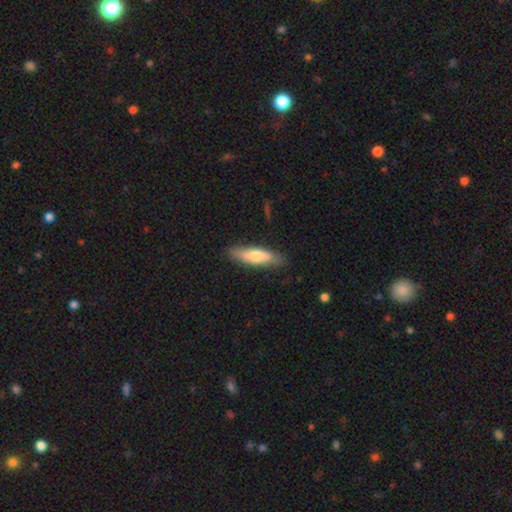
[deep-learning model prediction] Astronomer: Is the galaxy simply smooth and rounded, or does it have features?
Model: smooth — 66%.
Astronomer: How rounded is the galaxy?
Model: cigar-shaped — 63%.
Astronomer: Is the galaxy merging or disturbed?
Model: none — 82%.